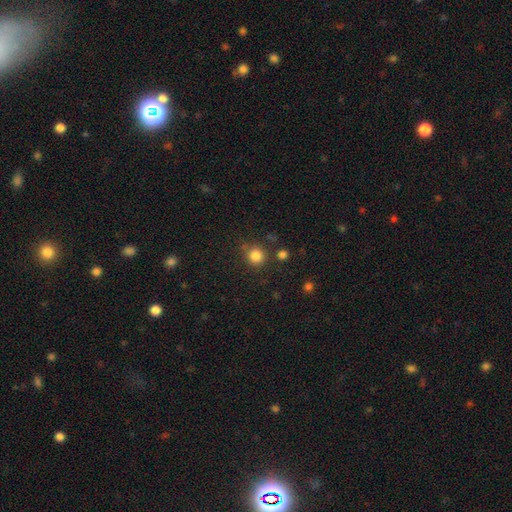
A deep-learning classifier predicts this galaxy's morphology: smooth-or-featured: smooth: 83% | star or artifact: 12% | featured or disk: 4%
  how-rounded: round: 93% | in between: 6% | cigar-shaped: 1%
  merging: none: 80% | minor disturbance: 10% | merger: 7% | major disturbance: 4%